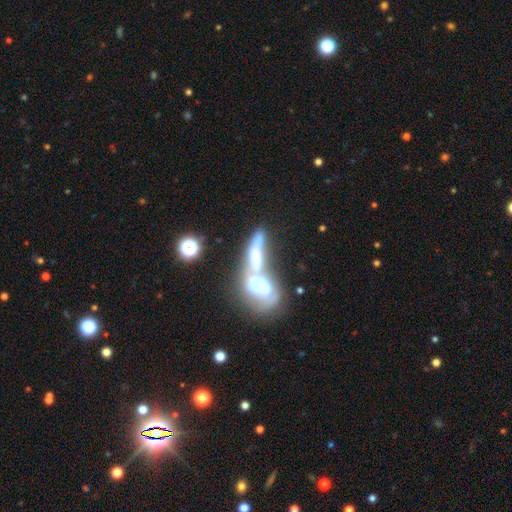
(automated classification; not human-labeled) Q: Smooth or featured?
A: featured or disk (47%); runner-up: smooth (42%)
Q: Merging?
A: merger (71%); runner-up: none (13%)